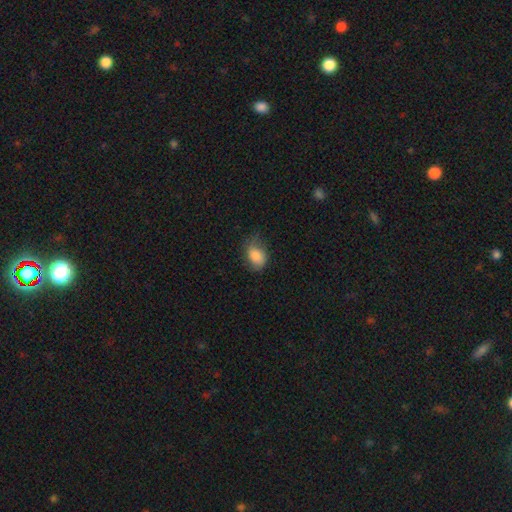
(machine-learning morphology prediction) Smooth or featured?
  - smooth: 80% *
  - featured or disk: 12%
  - star or artifact: 8%
How rounded?
  - in between: 73% *
  - round: 25%
  - cigar-shaped: 1%
Merging?
  - none: 55% *
  - minor disturbance: 31%
  - major disturbance: 12%
  - merger: 1%